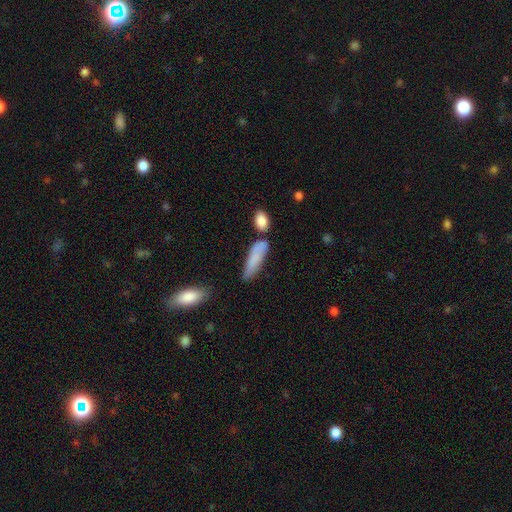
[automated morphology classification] A smooth galaxy with no disk features (80%) that is cigar-shaped (59%). Merging: none (49%).